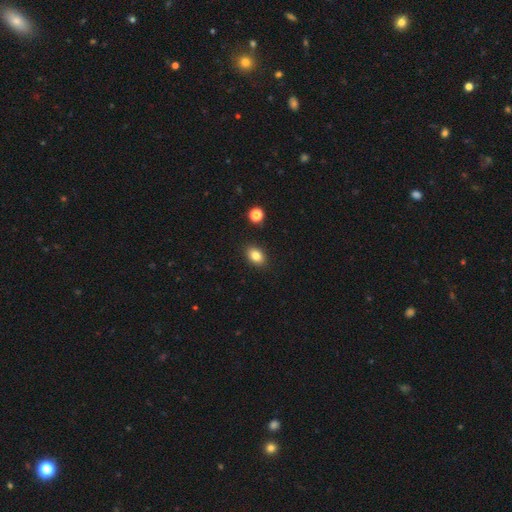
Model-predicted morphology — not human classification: Smooth or featured? smooth (83%)
How rounded? in between (78%)
Merging? none (88%)